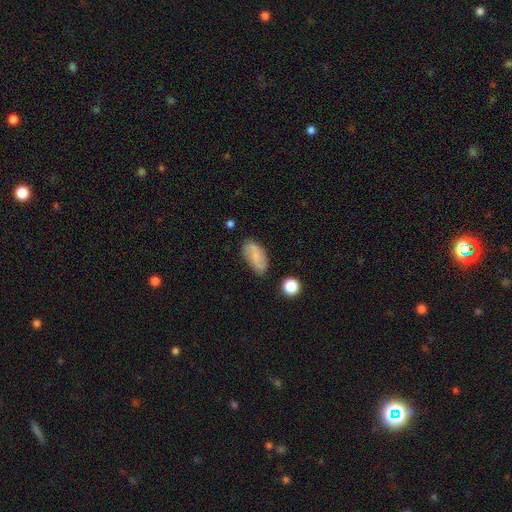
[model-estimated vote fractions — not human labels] Q: Smooth or featured?
A: smooth (51%); runner-up: featured or disk (40%)
Q: How rounded?
A: in between (89%); runner-up: cigar-shaped (6%)
Q: Merging?
A: none (75%); runner-up: minor disturbance (18%)